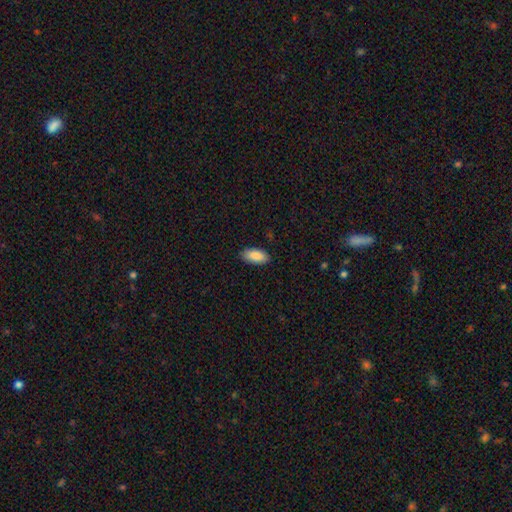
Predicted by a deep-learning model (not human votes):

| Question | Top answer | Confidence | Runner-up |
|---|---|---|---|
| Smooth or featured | smooth | 90% | star or artifact (6%) |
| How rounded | in between | 93% | cigar-shaped (6%) |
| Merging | none | 87% | minor disturbance (10%) |